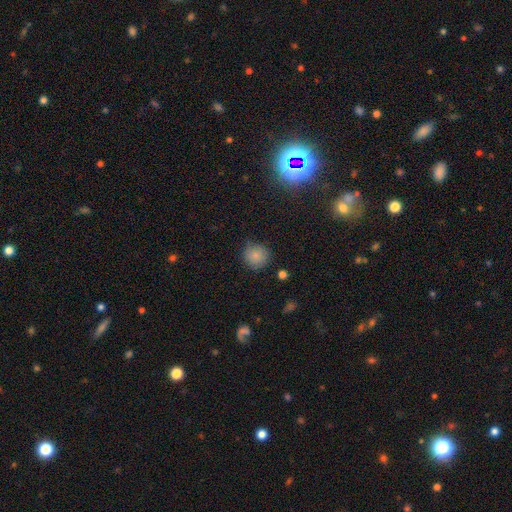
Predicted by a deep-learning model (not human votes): Q: Smooth or featured?
A: smooth (84%); runner-up: star or artifact (10%)
Q: How rounded?
A: round (92%); runner-up: in between (7%)
Q: Merging?
A: none (80%); runner-up: minor disturbance (15%)